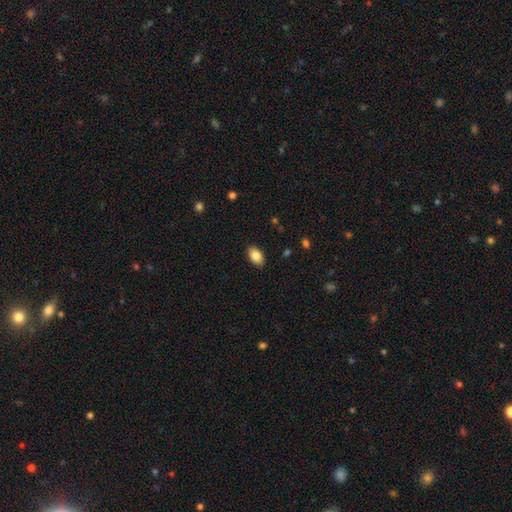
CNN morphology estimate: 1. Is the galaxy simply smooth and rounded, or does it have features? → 86% smooth, 7% star or artifact, 7% featured or disk.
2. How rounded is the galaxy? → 92% in between, 6% round, 1% cigar-shaped.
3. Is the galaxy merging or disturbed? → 89% none, 8% minor disturbance, 2% major disturbance, 1% merger.